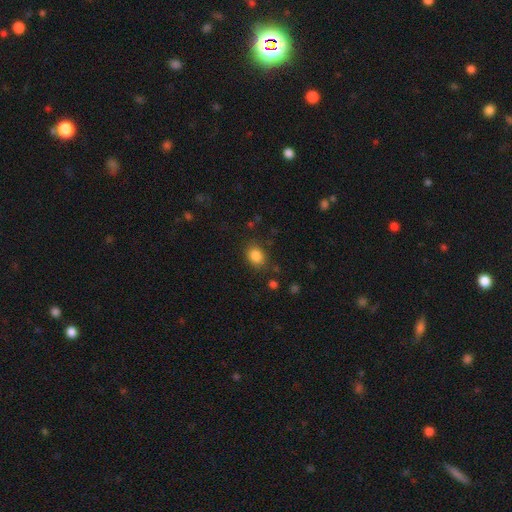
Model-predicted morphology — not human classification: Overall: smooth (85%). How rounded: in between (53%; round 46%). Merging: none (81%).